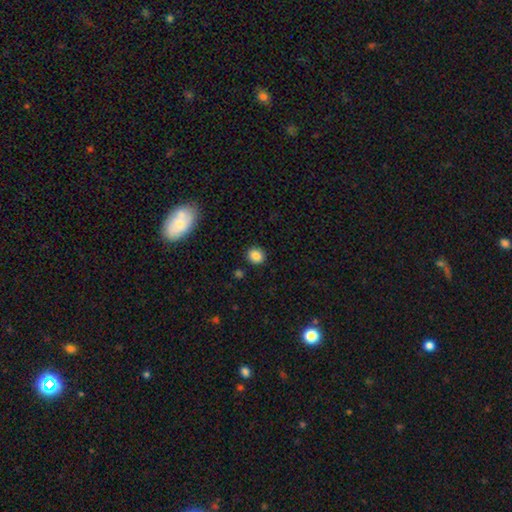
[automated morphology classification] Smooth or featured: smooth — 85% (star or artifact — 11%)
How rounded: round — 82% (in between — 17%)
Merging: none — 90% (minor disturbance — 6%)